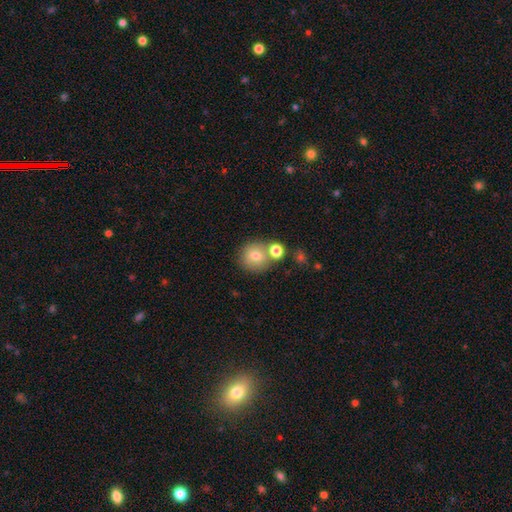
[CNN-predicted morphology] smooth 76%, featured or disk 13%, star or artifact 11%. Down the decision tree: how rounded — round (88%); merging — none (62%).